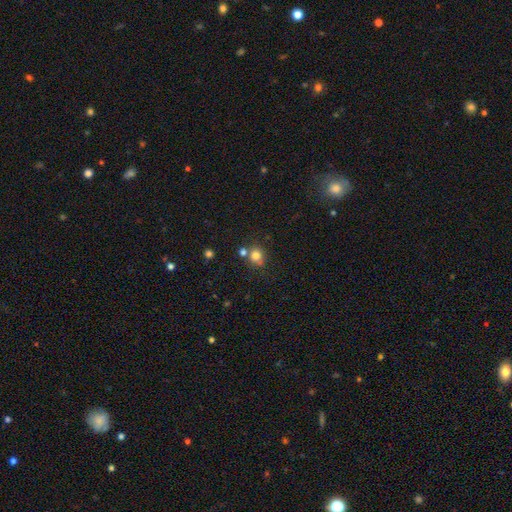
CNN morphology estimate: The model was most divided on "merging": none: 62%, merger: 23%, minor disturbance: 11%, major disturbance: 4%. More confident: how rounded — round (82%); smooth or featured — smooth (78%).